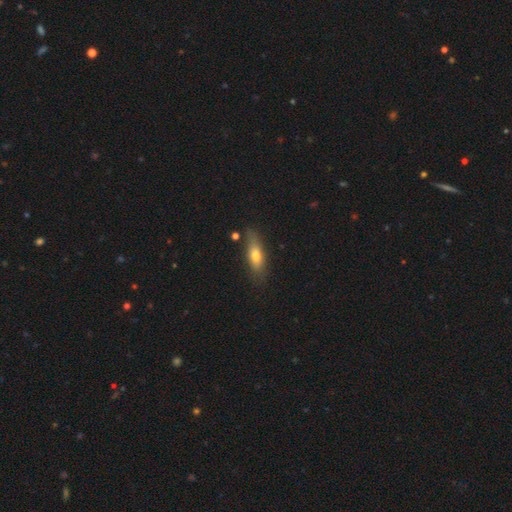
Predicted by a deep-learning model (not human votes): smooth_or_featured: smooth (p=0.68) [alt: featured or disk p=0.25]
how_rounded: in between (p=0.56) [alt: cigar-shaped p=0.40]
merging: none (p=0.72) [alt: minor disturbance p=0.19]